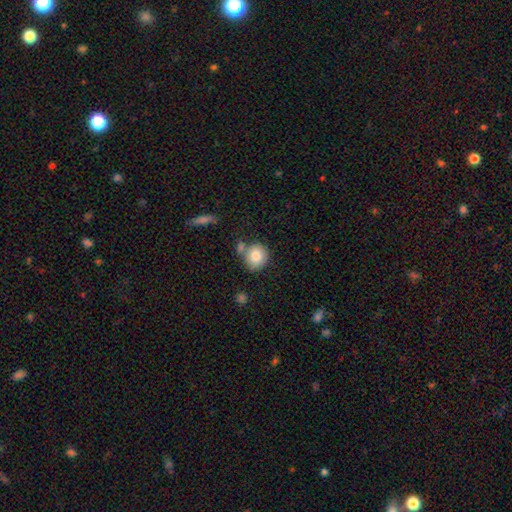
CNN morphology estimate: Q: Smooth or featured?
A: smooth (83%); runner-up: featured or disk (9%)
Q: How rounded?
A: round (82%); runner-up: in between (17%)
Q: Merging?
A: none (64%); runner-up: merger (19%)